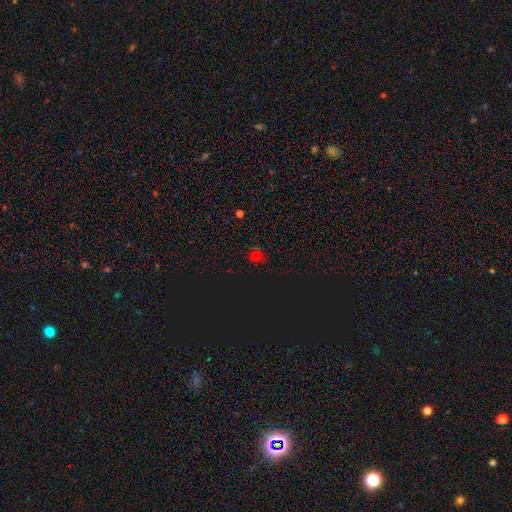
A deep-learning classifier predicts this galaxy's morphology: The model was most divided on "smooth or featured": smooth: 55%, star or artifact: 39%, featured or disk: 7%. More confident: how rounded — round (87%); merging — none (85%).